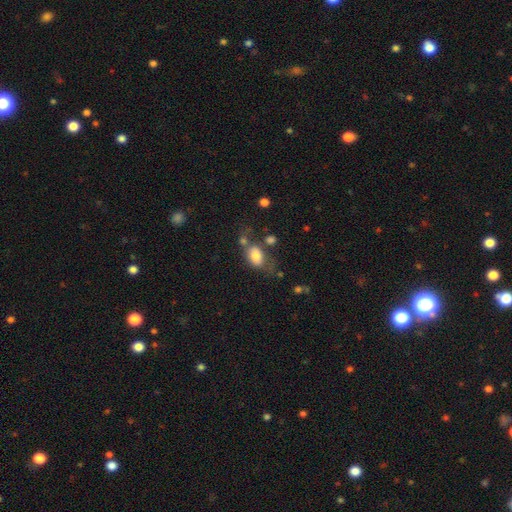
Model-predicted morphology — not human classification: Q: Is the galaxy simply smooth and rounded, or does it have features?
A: smooth — 77%.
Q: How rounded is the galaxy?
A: in between — 85%.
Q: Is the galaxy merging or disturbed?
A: none — 42%.